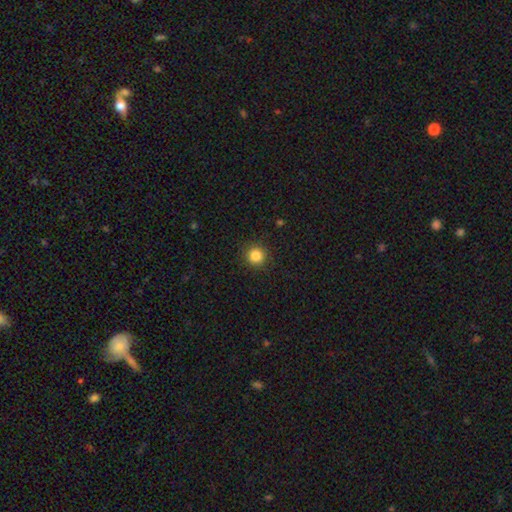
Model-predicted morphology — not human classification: type=smooth (84%); roundness=round (94%); merging=none (91%).